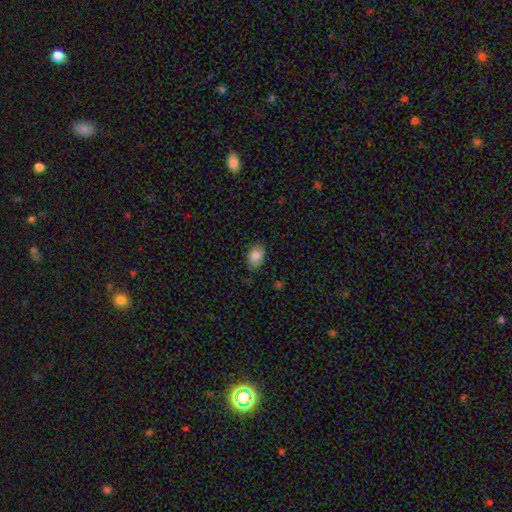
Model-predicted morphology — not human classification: smooth 84%, featured or disk 9%, star or artifact 8%. Down the decision tree: how rounded — in between (82%); merging — none (82%).